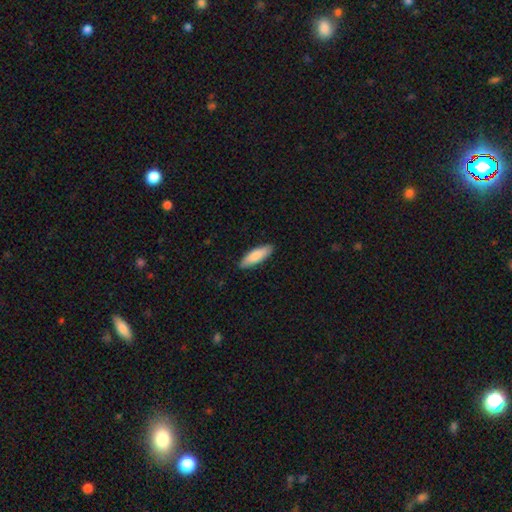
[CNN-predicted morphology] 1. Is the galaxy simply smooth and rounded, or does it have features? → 85% smooth, 10% featured or disk, 5% star or artifact.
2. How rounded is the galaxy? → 52% in between, 46% cigar-shaped, 2% round.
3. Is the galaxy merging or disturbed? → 89% none, 9% minor disturbance, 2% major disturbance, 1% merger.